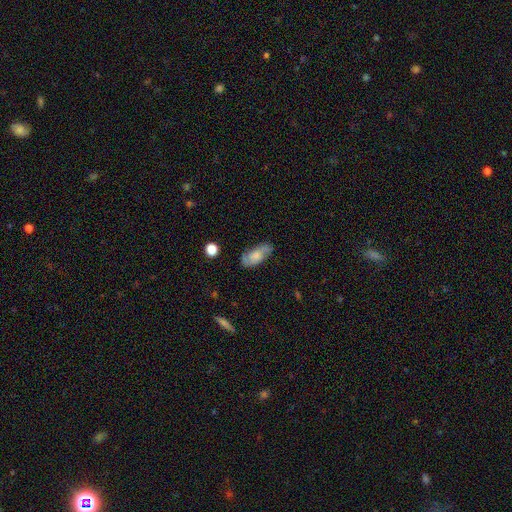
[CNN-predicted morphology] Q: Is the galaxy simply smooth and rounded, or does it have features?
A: smooth — 47%.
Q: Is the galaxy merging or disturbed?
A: none — 68%.